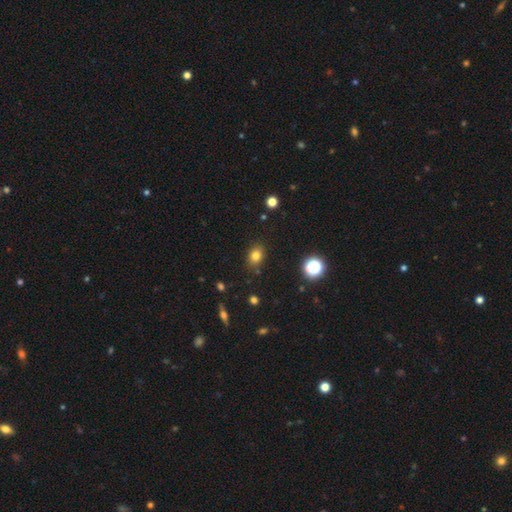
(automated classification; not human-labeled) Morphology: type=smooth (78%); roundness=in between (56%); merging=none (83%).